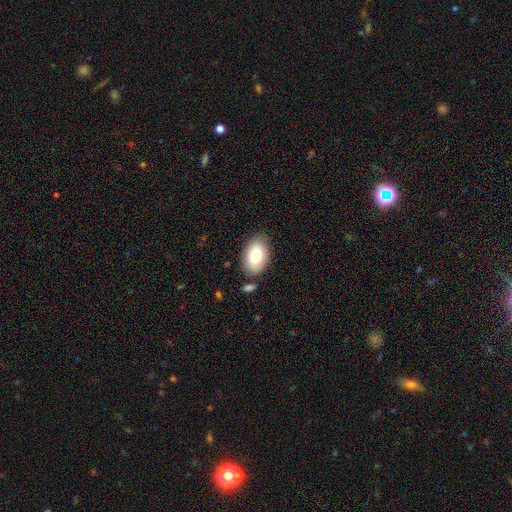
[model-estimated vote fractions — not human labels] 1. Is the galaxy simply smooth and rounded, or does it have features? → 83% smooth, 10% featured or disk, 6% star or artifact.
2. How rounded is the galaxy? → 93% in between, 6% round, 1% cigar-shaped.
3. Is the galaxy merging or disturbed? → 78% none, 14% minor disturbance, 5% merger, 3% major disturbance.